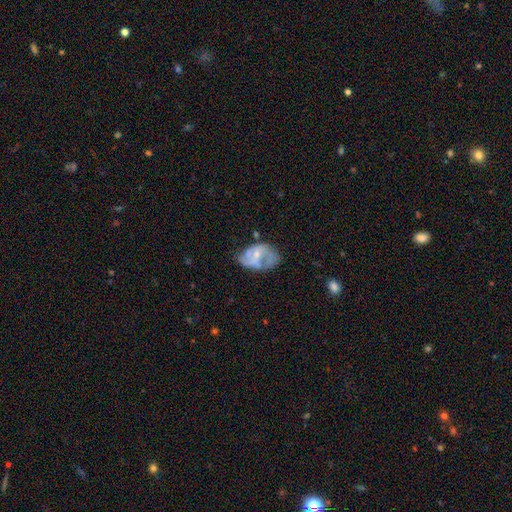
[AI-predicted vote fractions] Smooth or featured? Predicted: featured or disk (p=0.63). Edge-on disk? Predicted: no (p=0.97). Bar? Predicted: no (p=0.60). Spiral arms? Predicted: yes (p=0.60). Bulge size? Predicted: small (p=0.59). Merging? Predicted: none (p=0.38).